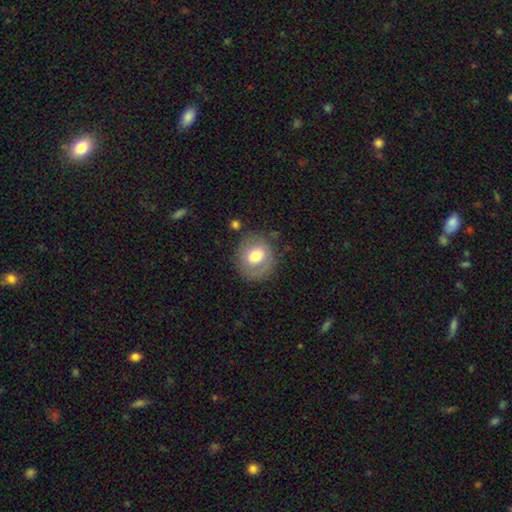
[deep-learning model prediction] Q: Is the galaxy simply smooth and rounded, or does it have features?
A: smooth — 66%.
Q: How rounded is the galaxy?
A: round — 77%.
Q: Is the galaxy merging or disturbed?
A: none — 76%.